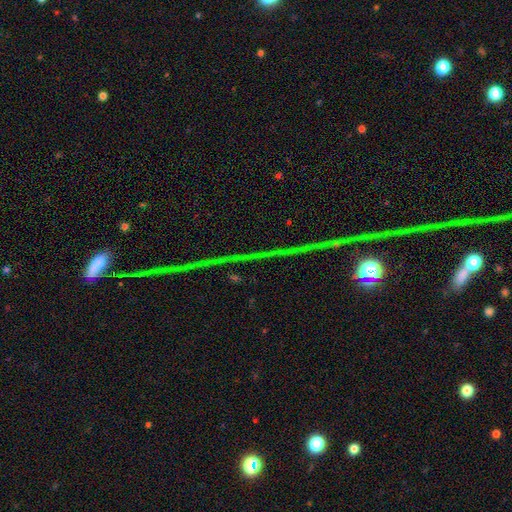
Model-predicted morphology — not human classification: This appears to be a star or artifact, not a galaxy (79%).